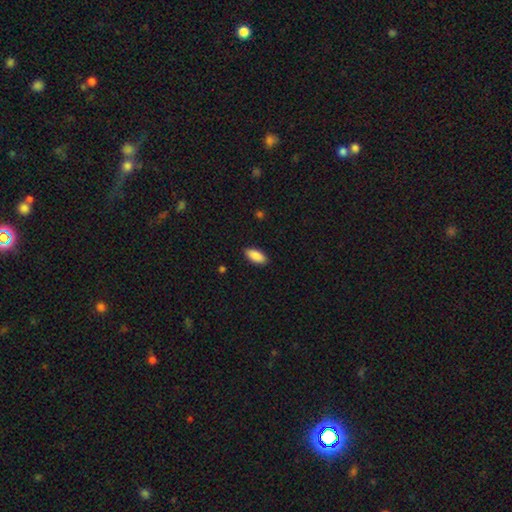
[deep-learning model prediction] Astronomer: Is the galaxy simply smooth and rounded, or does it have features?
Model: smooth — 89%.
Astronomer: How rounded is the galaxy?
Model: in between — 87%.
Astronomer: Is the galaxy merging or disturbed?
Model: none — 88%.